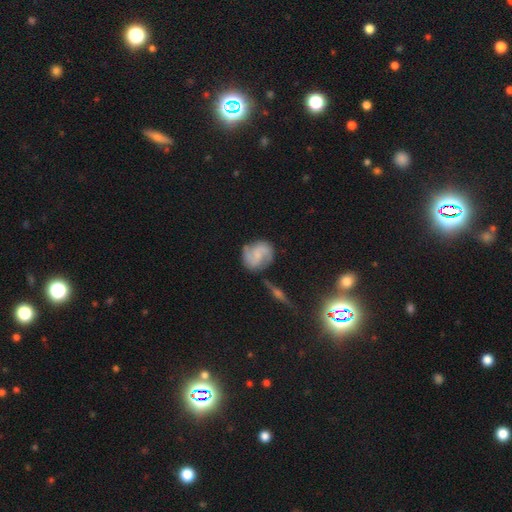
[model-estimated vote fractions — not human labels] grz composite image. It shows a featured or disk galaxy (65%) with no bar (48%), 2 (81%) medium (47%) spiral arms (92%) and no central bulge (47%). Merging: none (67%).